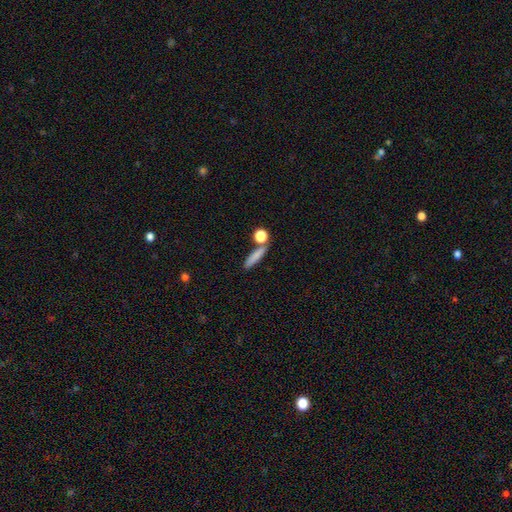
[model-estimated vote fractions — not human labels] smooth-or-featured: smooth: 78% | featured or disk: 12% | star or artifact: 10%
  how-rounded: cigar-shaped: 69% | in between: 20% | round: 11%
  merging: none: 70% | merger: 15% | minor disturbance: 11% | major disturbance: 4%